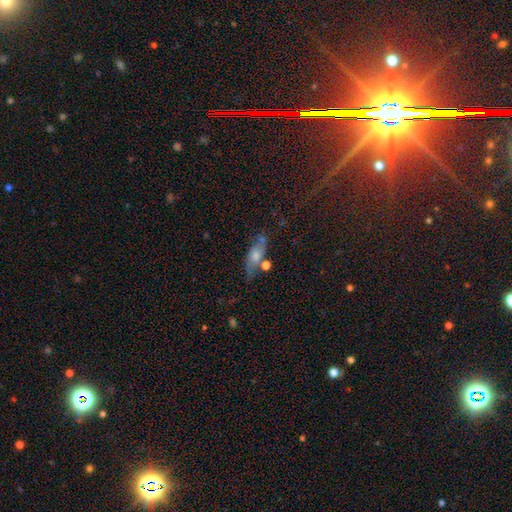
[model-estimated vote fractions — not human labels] smooth_or_featured: smooth (p=0.60) [alt: featured or disk p=0.31]
how_rounded: in between (p=0.72) [alt: cigar-shaped p=0.21]
merging: none (p=0.53) [alt: minor disturbance p=0.22]